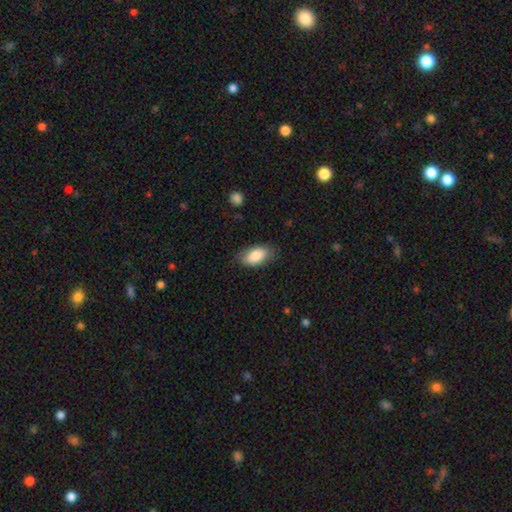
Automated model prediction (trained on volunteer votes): Morphology: type=smooth (86%); roundness=in between (93%); merging=none (77%).